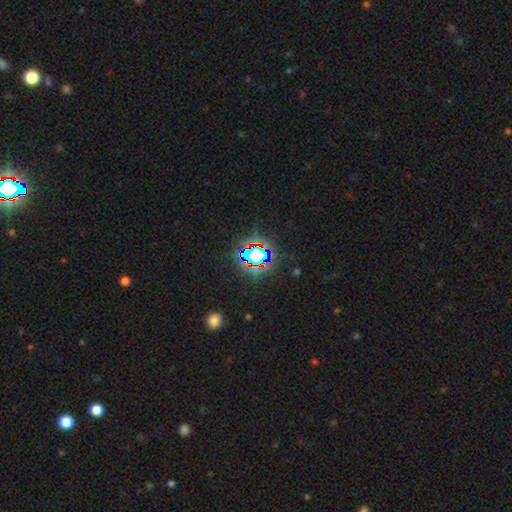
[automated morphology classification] Q: Smooth or featured?
A: star or artifact (72%); runner-up: smooth (16%)